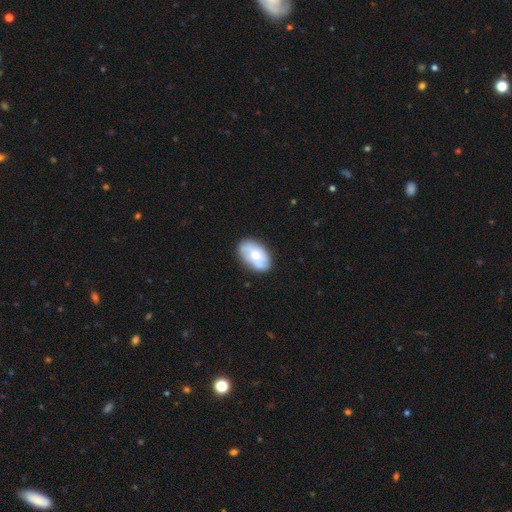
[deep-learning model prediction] Overall: smooth (48%; featured or disk 46%). Merging: none (71%).